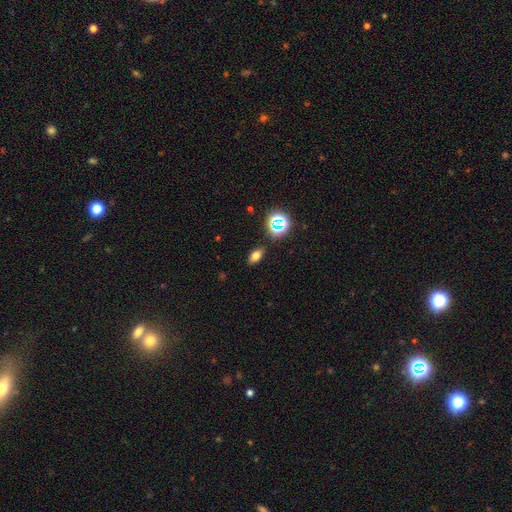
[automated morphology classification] Smooth or featured? smooth (70%)
How rounded? in between (84%)
Merging? none (86%)